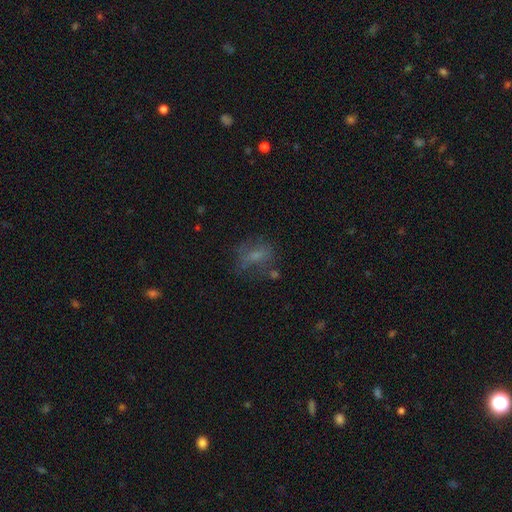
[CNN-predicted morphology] Smooth or featured: smooth — 53% (featured or disk — 28%)
How rounded: in between — 61% (round — 33%)
Merging: none — 52% (major disturbance — 22%)